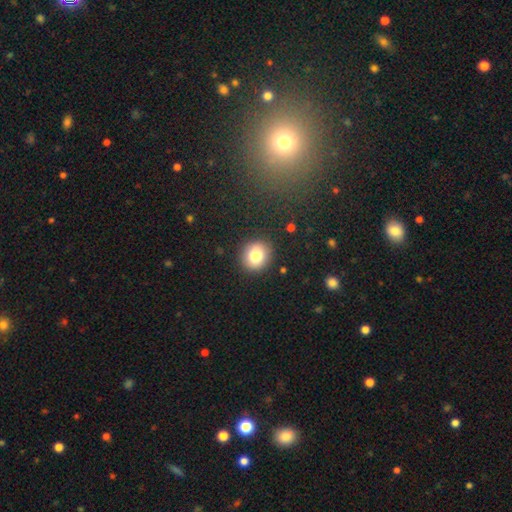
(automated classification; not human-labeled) A smooth galaxy with no disk features (80%) that is round (80%).

Vote fractions:
- Smooth or featured? smooth: 80% / star or artifact: 10% / featured or disk: 10%
- How rounded? round: 80% / in between: 20% / cigar-shaped: 1%
- Merging? none: 89% / minor disturbance: 7% / major disturbance: 2% / merger: 1%